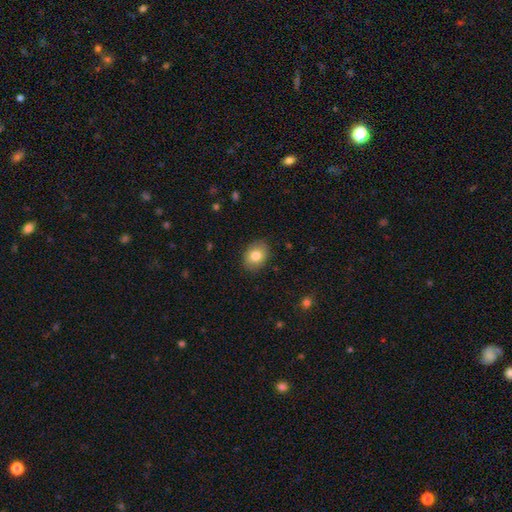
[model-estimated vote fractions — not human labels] This is clearly a smooth galaxy (82%). How rounded: likely in between (67%). Merging: clearly none (87%).